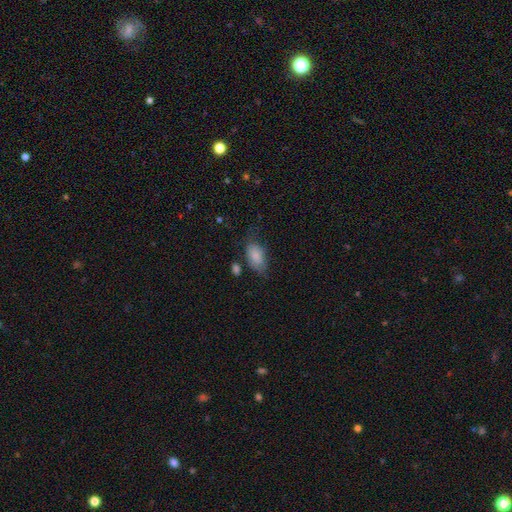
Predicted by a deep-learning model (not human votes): Q: Smooth or featured?
A: smooth (82%); runner-up: featured or disk (11%)
Q: How rounded?
A: in between (92%); runner-up: round (5%)
Q: Merging?
A: none (52%); runner-up: minor disturbance (30%)